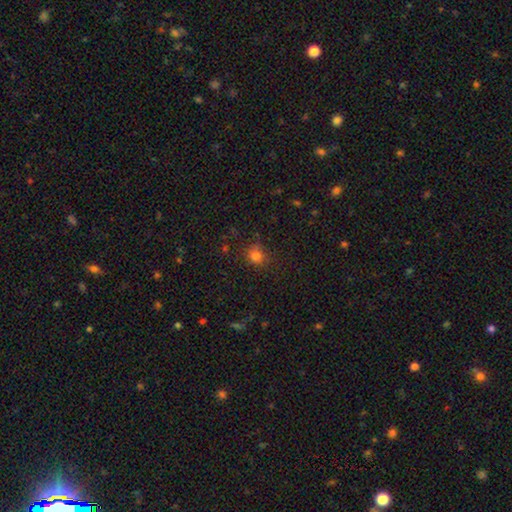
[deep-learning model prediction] Smooth or featured: smooth — 79% (star or artifact — 16%)
How rounded: round — 86% (in between — 13%)
Merging: none — 79% (minor disturbance — 14%)